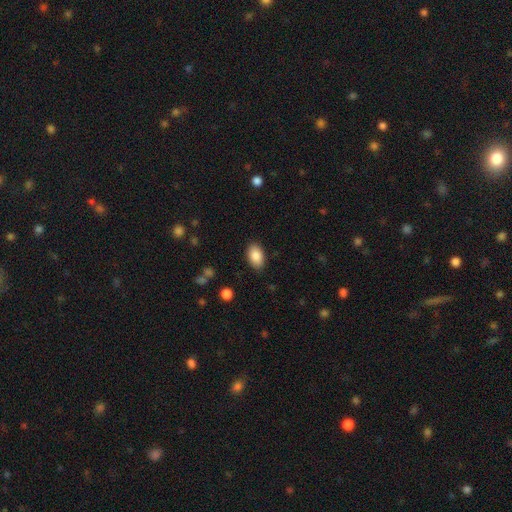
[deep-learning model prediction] Smooth or featured? smooth (88%)
How rounded? in between (92%)
Merging? none (87%)